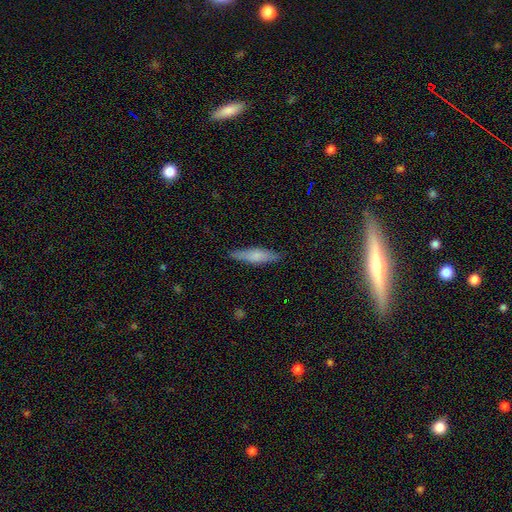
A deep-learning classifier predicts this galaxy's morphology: smooth 60%, featured or disk 33%, star or artifact 7%. Down the decision tree: how rounded — cigar-shaped (79%); merging — none (86%).